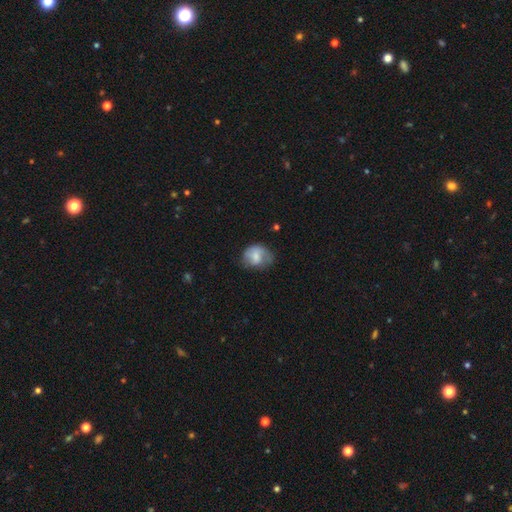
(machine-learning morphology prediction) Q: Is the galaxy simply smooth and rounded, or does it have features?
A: smooth — 61%.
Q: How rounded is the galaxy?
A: round — 52%.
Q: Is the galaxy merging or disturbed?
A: none — 44%.